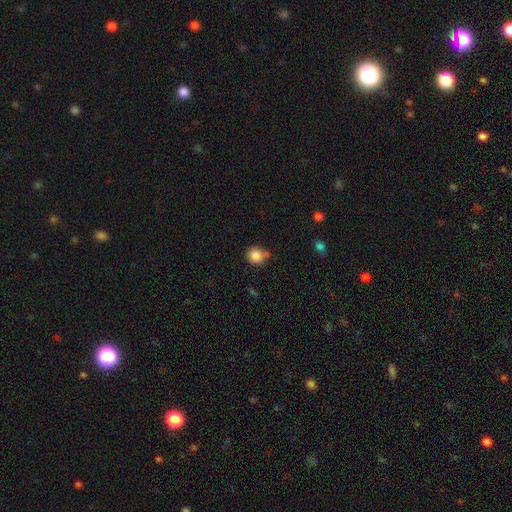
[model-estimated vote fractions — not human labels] The model was most divided on "merging": none: 67%, minor disturbance: 19%, merger: 10%, major disturbance: 4%. More confident: how rounded — round (88%); smooth or featured — smooth (85%).